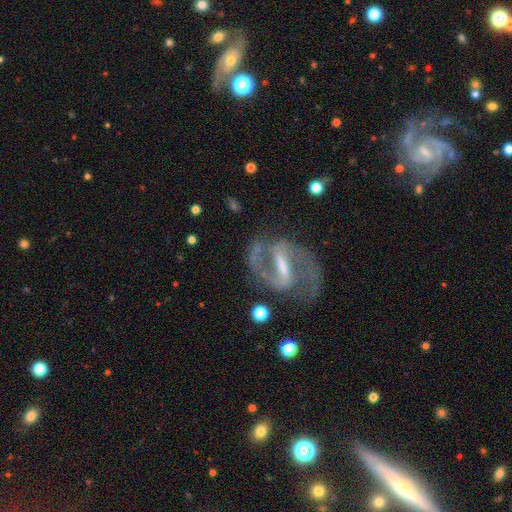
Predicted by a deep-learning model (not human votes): The model was most divided on "bulge size": small: 41%, moderate: 29%, none: 24%, large: 4%, dominant: 1%. More confident: edge-on disk — no (97%); spiral arms — yes (97%); spiral arm count — 2 (93%); smooth or featured — featured or disk (91%); merging — none (75%); bar — strong (66%); spiral winding — medium (63%).